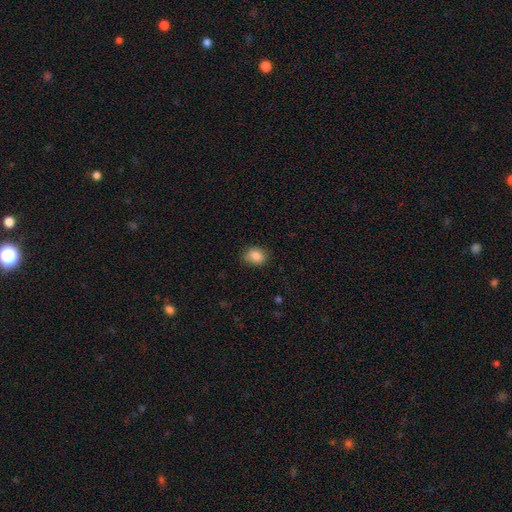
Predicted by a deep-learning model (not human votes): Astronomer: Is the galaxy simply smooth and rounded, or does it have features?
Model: smooth — 87%.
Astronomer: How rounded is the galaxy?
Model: in between — 59% (runner-up: round, 40%).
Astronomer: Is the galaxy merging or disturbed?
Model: none — 79%.